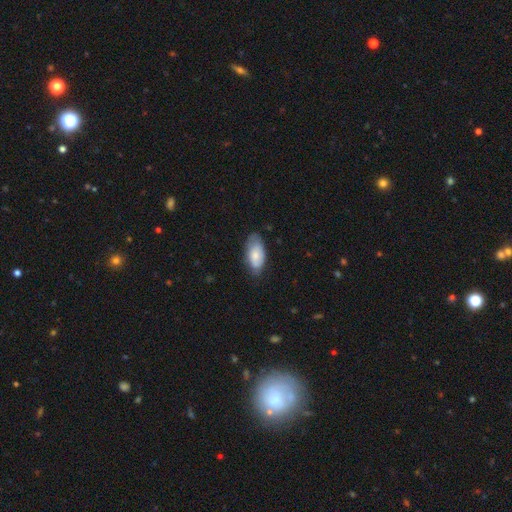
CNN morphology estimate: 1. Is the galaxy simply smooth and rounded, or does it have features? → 72% smooth, 21% featured or disk, 6% star or artifact.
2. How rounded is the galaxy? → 91% in between, 6% cigar-shaped, 3% round.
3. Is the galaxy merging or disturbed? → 61% none, 30% minor disturbance, 7% major disturbance, 2% merger.